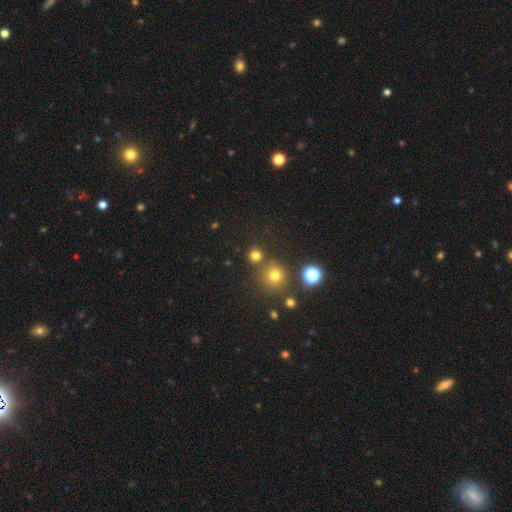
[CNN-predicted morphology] Smooth or featured: smooth — 73% (star or artifact — 21%)
How rounded: round — 91% (in between — 8%)
Merging: none — 77% (merger — 12%)